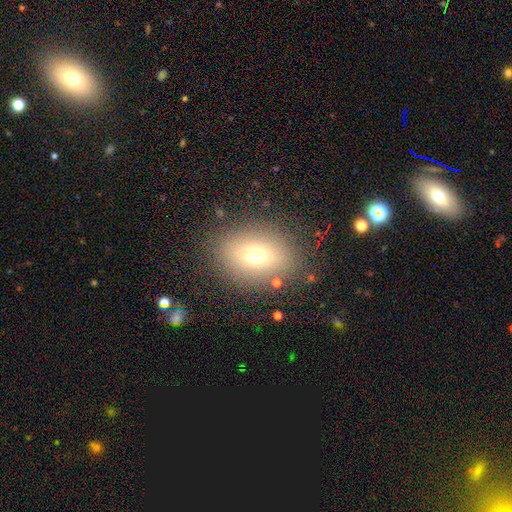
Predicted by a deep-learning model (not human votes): Q: Smooth or featured?
A: smooth (67%); runner-up: star or artifact (17%)
Q: How rounded?
A: in between (61%); runner-up: round (37%)
Q: Merging?
A: none (83%); runner-up: minor disturbance (10%)